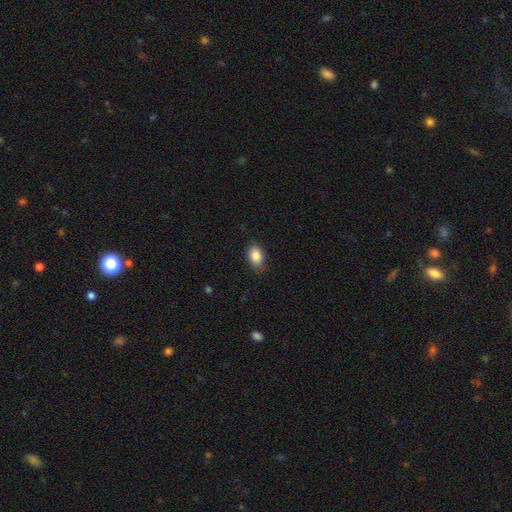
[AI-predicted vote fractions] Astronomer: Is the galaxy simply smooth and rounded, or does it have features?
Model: smooth — 87%.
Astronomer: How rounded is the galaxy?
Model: in between — 81%.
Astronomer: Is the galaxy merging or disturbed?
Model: none — 80%.